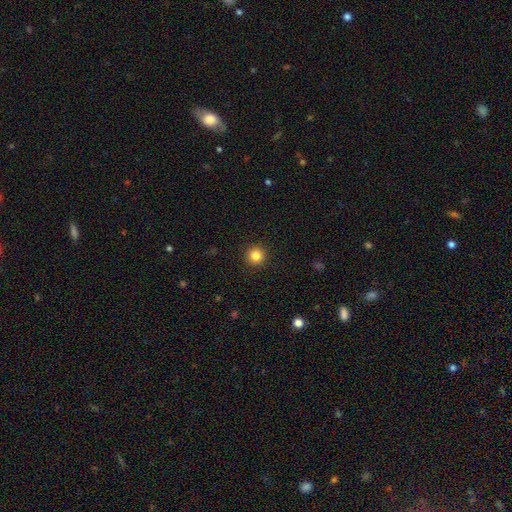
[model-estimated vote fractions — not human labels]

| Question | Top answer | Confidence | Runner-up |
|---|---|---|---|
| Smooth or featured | smooth | 84% | star or artifact (11%) |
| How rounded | round | 95% | in between (4%) |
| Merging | none | 93% | minor disturbance (4%) |